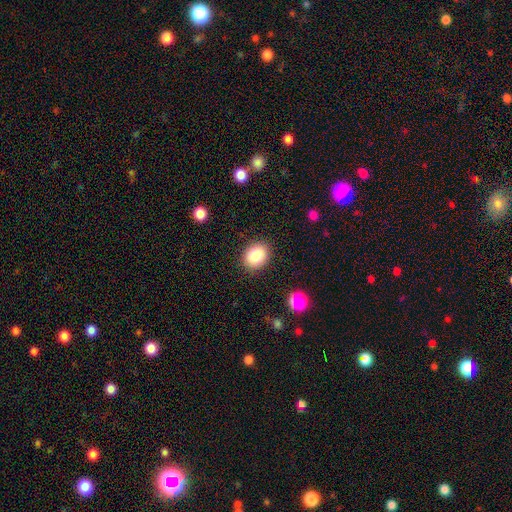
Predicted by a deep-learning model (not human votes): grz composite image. It shows a smooth galaxy with no disk features (84%) that is round (51%). Merging: none (87%).